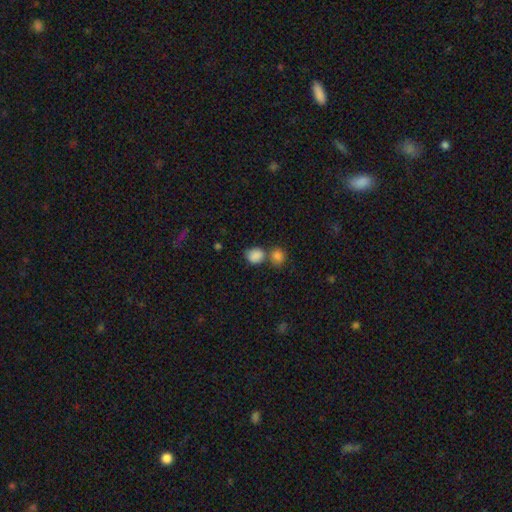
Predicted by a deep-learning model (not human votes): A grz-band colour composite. It shows a smooth galaxy with no disk features (86%) that is round (60%). Merging: merger (43%).